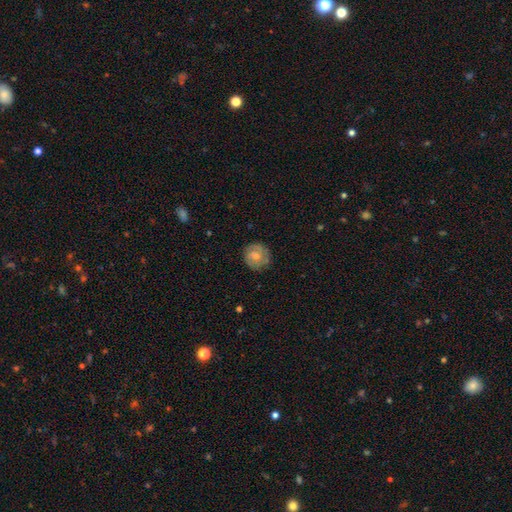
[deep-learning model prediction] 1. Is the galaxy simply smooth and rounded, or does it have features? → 47% smooth, 46% featured or disk, 7% star or artifact.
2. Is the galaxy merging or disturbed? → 81% none, 14% minor disturbance, 4% major disturbance, 1% merger.